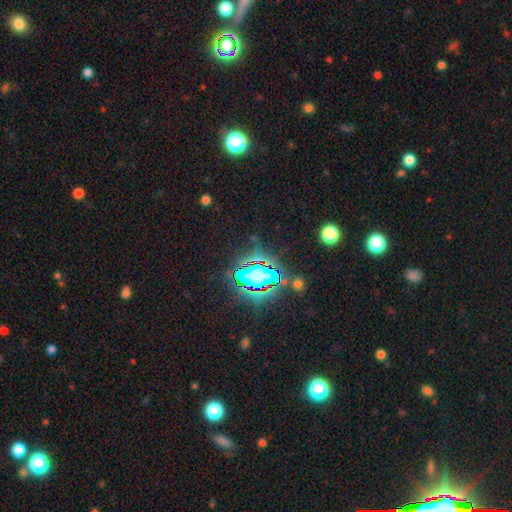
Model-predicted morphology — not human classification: The model was most divided on "smooth or featured": star or artifact: 76%, smooth: 15%, featured or disk: 9%.